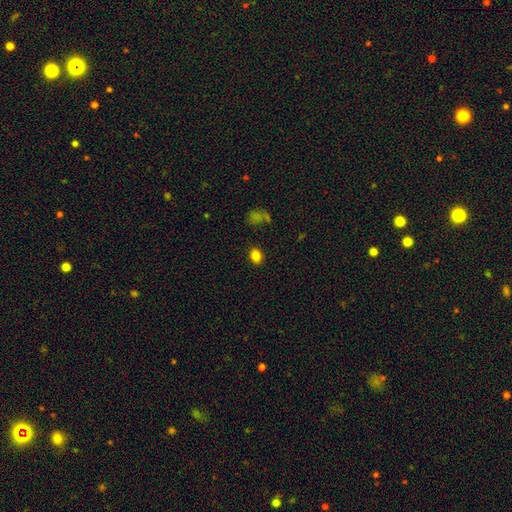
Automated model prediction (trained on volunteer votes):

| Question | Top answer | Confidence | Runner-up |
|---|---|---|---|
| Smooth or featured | smooth | 83% | star or artifact (12%) |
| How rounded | in between | 69% | round (29%) |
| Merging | none | 86% | minor disturbance (9%) |